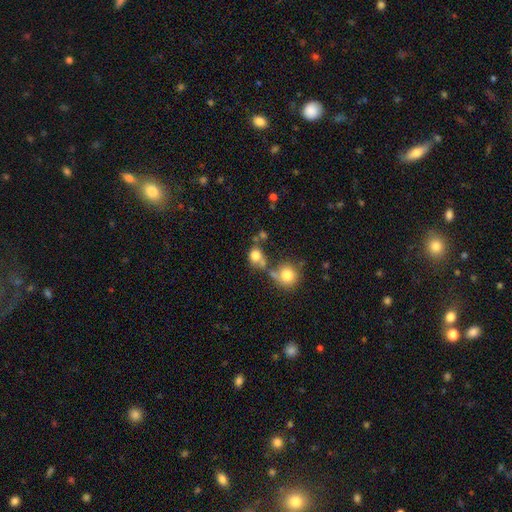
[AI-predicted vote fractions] smooth-or-featured: smooth: 78% | star or artifact: 12% | featured or disk: 10%
  how-rounded: round: 68% | in between: 30% | cigar-shaped: 1%
  merging: none: 45% | merger: 34% | minor disturbance: 13% | major disturbance: 8%